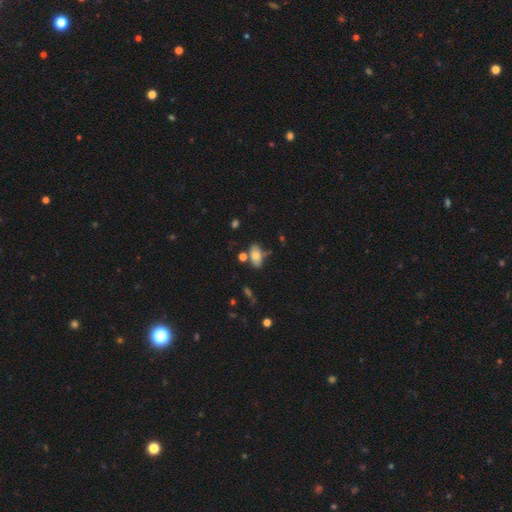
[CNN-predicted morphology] A smooth galaxy with no disk features (74%) that is in between round and cigar-shaped (89%).

Vote fractions:
- Smooth or featured? smooth: 74% / featured or disk: 17% / star or artifact: 9%
- How rounded? in between: 89% / round: 6% / cigar-shaped: 5%
- Merging? none: 61% / minor disturbance: 20% / merger: 13% / major disturbance: 6%